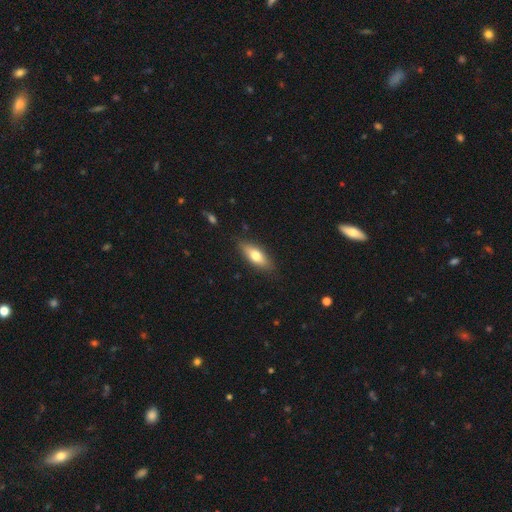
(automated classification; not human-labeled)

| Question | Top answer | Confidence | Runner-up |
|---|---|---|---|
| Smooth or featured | smooth | 70% | featured or disk (24%) |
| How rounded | in between | 68% | cigar-shaped (29%) |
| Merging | none | 83% | minor disturbance (13%) |